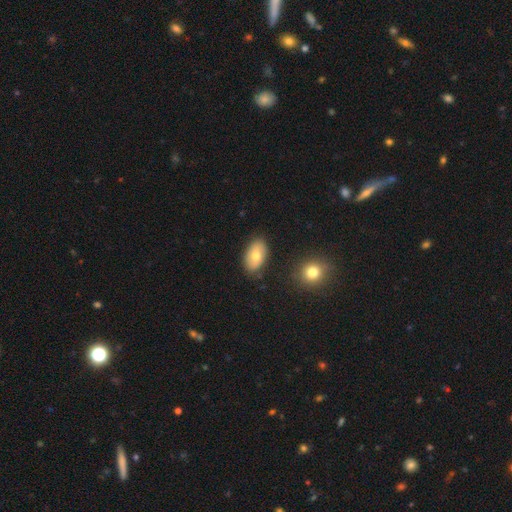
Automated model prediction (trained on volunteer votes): A smooth galaxy with no disk features (72%) that is in between round and cigar-shaped (92%). Merging: none (82%).